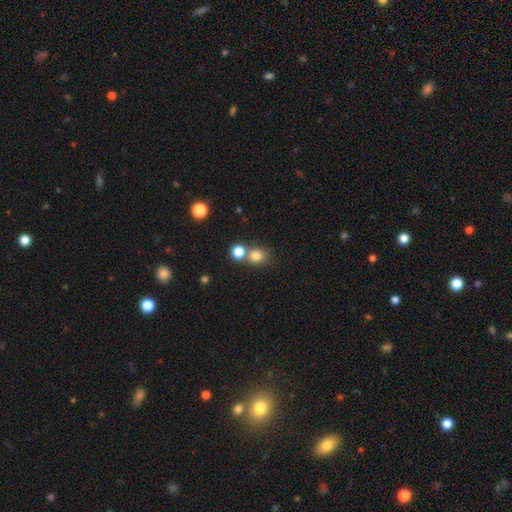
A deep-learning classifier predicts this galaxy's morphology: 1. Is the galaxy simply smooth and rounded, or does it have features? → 79% smooth, 13% star or artifact, 7% featured or disk.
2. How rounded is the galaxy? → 79% round, 20% in between, 1% cigar-shaped.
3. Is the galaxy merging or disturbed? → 56% none, 33% merger, 8% minor disturbance, 3% major disturbance.